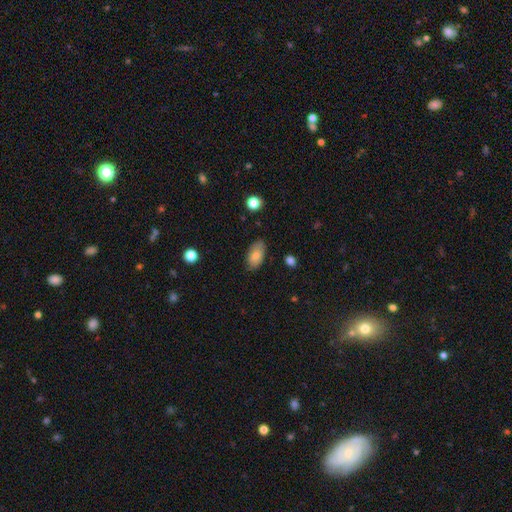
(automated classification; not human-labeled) This is likely a smooth galaxy (77%). How rounded: clearly in between (94%). Merging: likely none (78%).